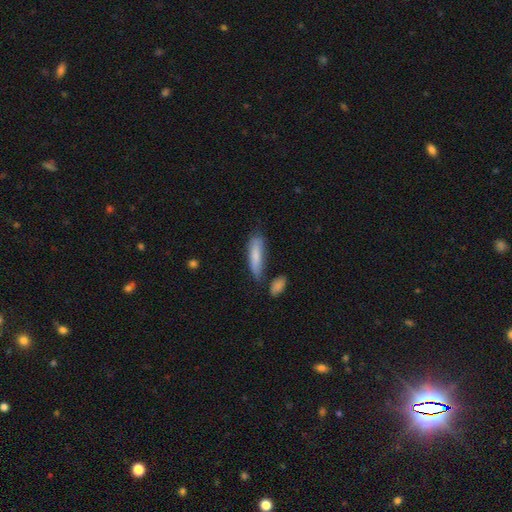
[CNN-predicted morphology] Smooth or featured? Predicted: smooth (p=0.78). How rounded? Predicted: cigar-shaped (p=0.65). Merging? Predicted: none (p=0.56).